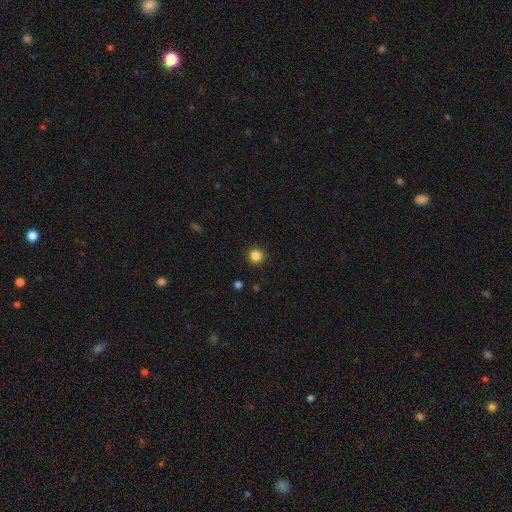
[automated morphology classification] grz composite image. It shows a smooth galaxy with no disk features (85%) that is round (94%). Merging: none (92%).